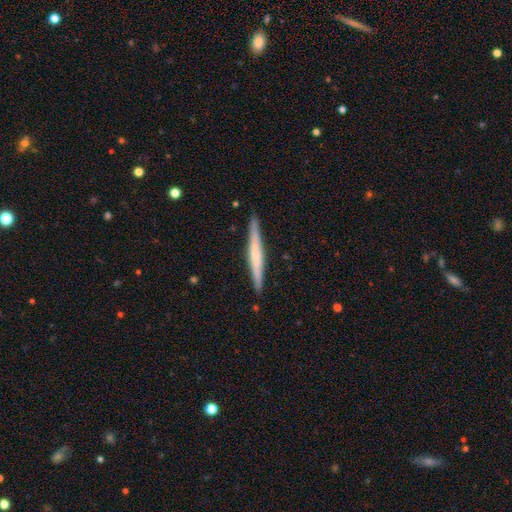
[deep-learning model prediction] Morphology: type=featured or disk (52%); edge-on=yes (97%); edge-on bulge=none (56%); merging=none (91%).